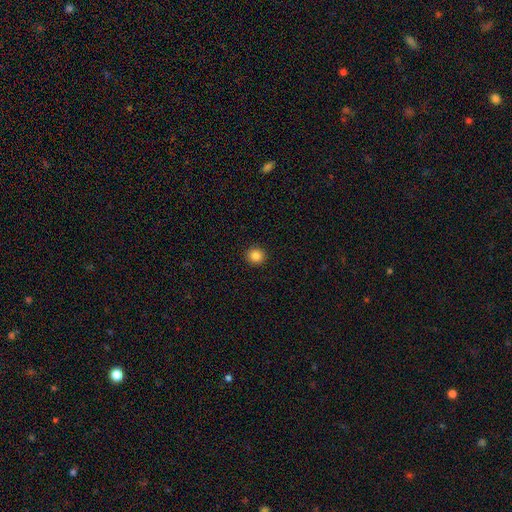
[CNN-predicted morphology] This is clearly a smooth galaxy (85%). How rounded: clearly round (91%). Merging: clearly none (93%).